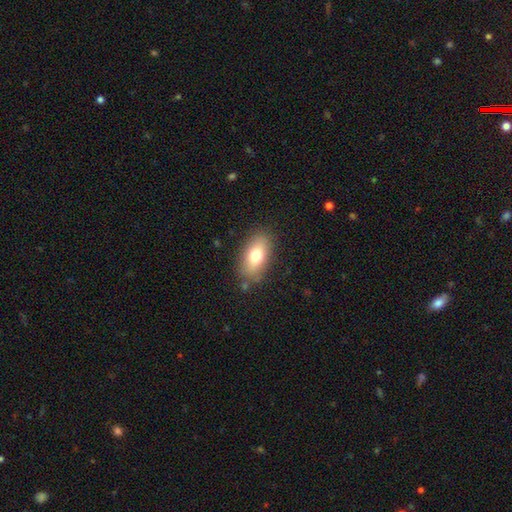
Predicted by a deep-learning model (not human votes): smooth-or-featured: smooth: 75% | featured or disk: 17% | star or artifact: 8%
  how-rounded: in between: 88% | cigar-shaped: 7% | round: 6%
  merging: none: 81% | minor disturbance: 13% | major disturbance: 4% | merger: 2%